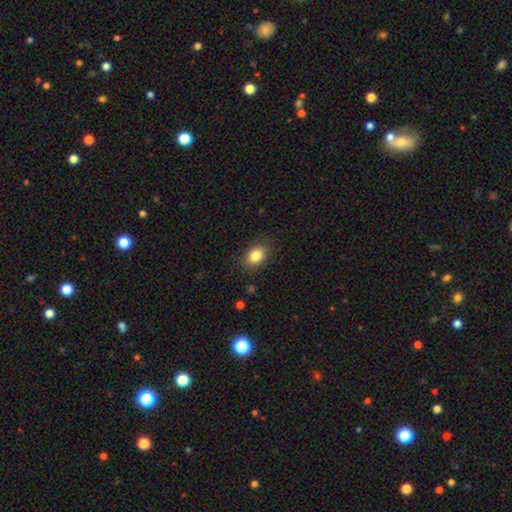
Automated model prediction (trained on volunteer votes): The model was most divided on "how rounded": in between: 63%, round: 36%, cigar-shaped: 1%. More confident: merging — none (85%); smooth or featured — smooth (83%).